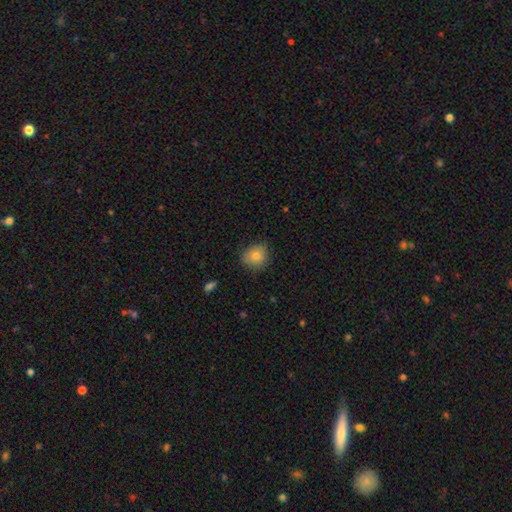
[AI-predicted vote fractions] Smooth or featured: smooth — 80% (featured or disk — 10%)
How rounded: round — 80% (in between — 19%)
Merging: none — 81% (minor disturbance — 15%)